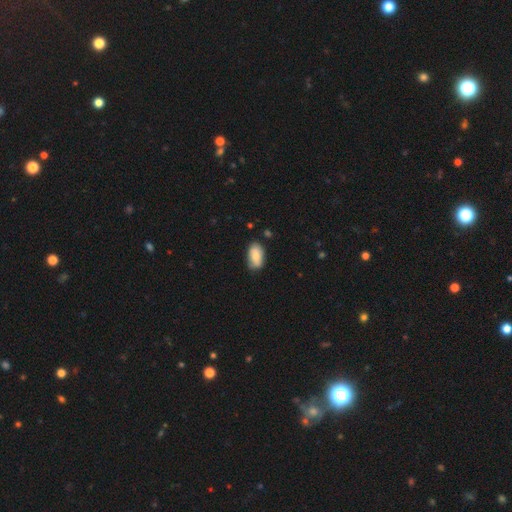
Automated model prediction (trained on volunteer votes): Smooth or featured: smooth — 84% (featured or disk — 9%)
How rounded: in between — 94% (round — 4%)
Merging: none — 76% (minor disturbance — 19%)